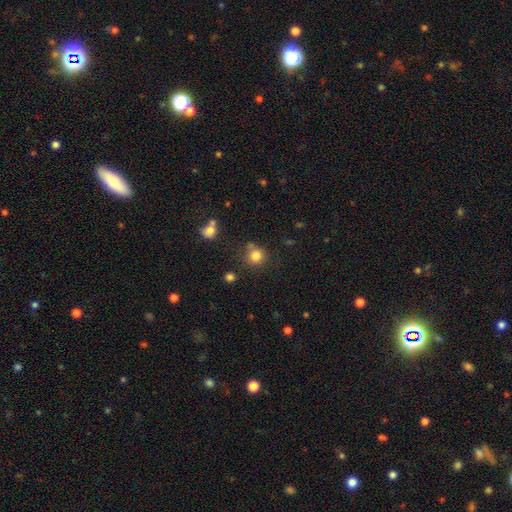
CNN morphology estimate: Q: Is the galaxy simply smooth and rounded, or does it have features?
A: smooth — 82%.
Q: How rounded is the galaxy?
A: round — 90%.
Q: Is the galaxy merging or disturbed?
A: none — 74%.